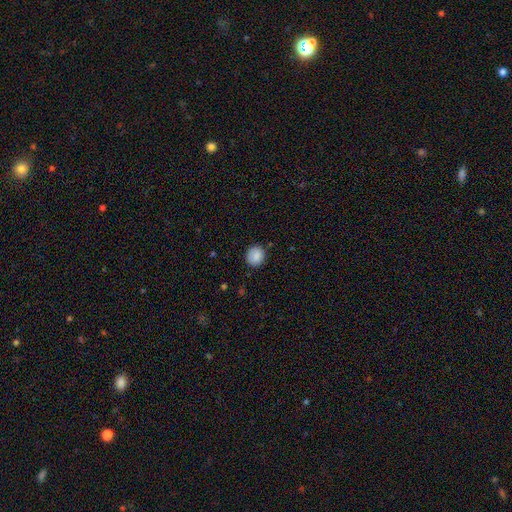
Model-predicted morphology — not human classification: Smooth or featured: smooth — 87% (star or artifact — 8%)
How rounded: round — 83% (in between — 16%)
Merging: none — 85% (minor disturbance — 12%)